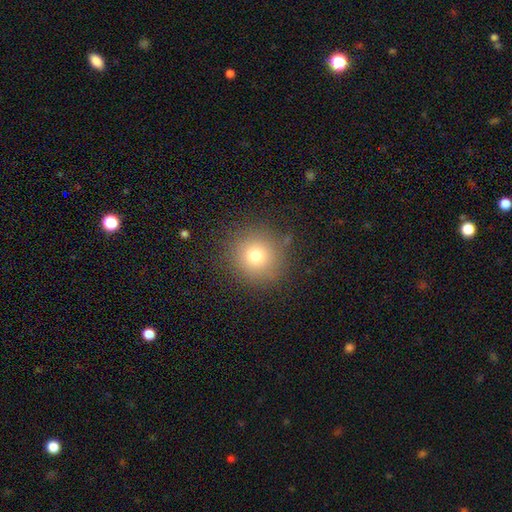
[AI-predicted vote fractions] Q: Smooth or featured?
A: smooth (75%); runner-up: star or artifact (14%)
Q: How rounded?
A: round (93%); runner-up: in between (6%)
Q: Merging?
A: none (85%); runner-up: minor disturbance (9%)